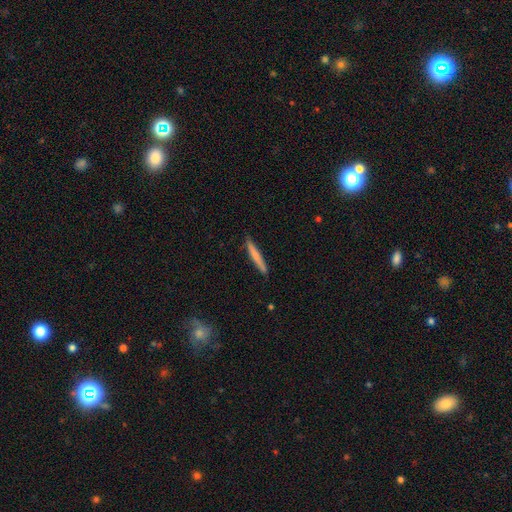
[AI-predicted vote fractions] The model was most divided on "smooth or featured": smooth: 71%, featured or disk: 24%, star or artifact: 6%. More confident: how rounded — cigar-shaped (96%); merging — none (89%).